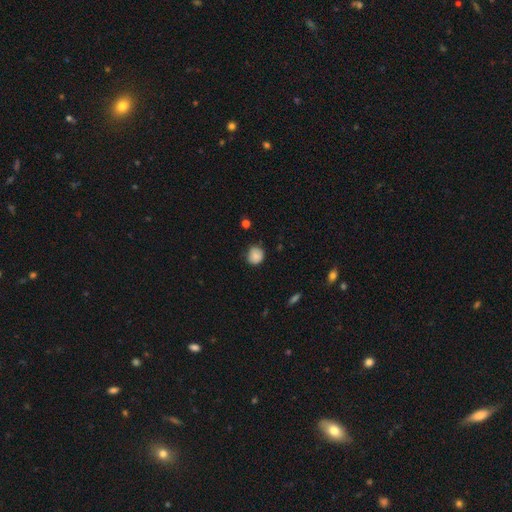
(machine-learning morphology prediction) A smooth galaxy with no disk features (85%) that is round (82%).

Vote fractions:
- Smooth or featured? smooth: 85% / star or artifact: 9% / featured or disk: 7%
- How rounded? round: 82% / in between: 17% / cigar-shaped: 1%
- Merging? none: 68% / minor disturbance: 26% / major disturbance: 4% / merger: 2%